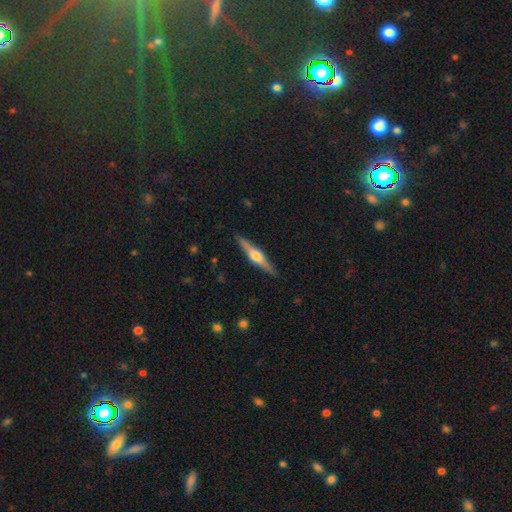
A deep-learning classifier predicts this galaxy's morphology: Overall: featured or disk (71%). Edge-on disk: yes (98%). Edge-on bulge: rounded (91%). Merging: none (90%).